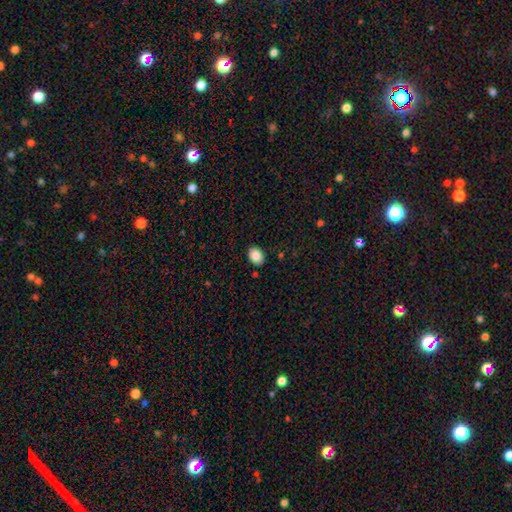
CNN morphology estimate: This is clearly a smooth galaxy (88%). How rounded: likely in between (71%). Merging: clearly none (88%).